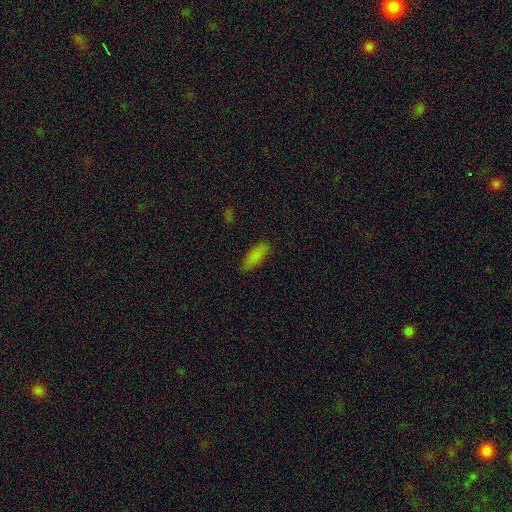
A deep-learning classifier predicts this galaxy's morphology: smooth_or_featured: smooth (p=0.85) [alt: star or artifact p=0.09]
how_rounded: in between (p=0.76) [alt: cigar-shaped p=0.22]
merging: none (p=0.82) [alt: minor disturbance p=0.14]